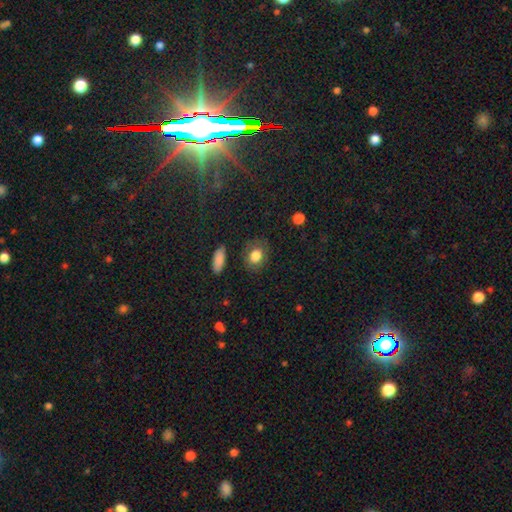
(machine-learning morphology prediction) Smooth or featured: smooth — 81% (featured or disk — 10%)
How rounded: round — 50% (in between — 49%)
Merging: none — 79% (minor disturbance — 13%)